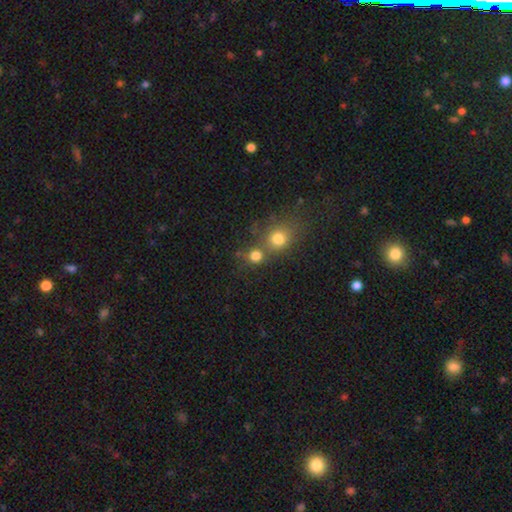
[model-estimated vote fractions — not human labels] Overall: smooth (77%). How rounded: round (84%). Merging: none (49%; merger 40%).